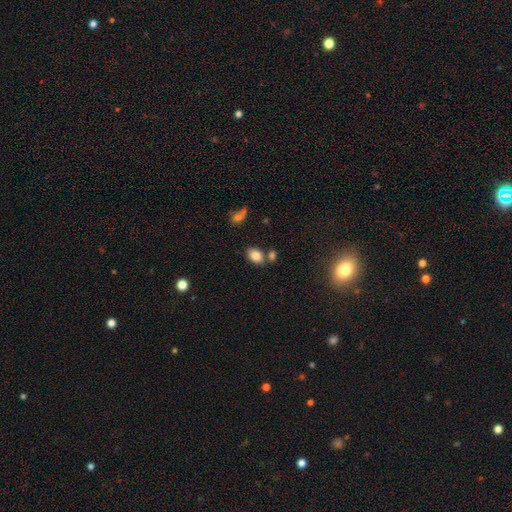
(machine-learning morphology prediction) smooth 83%, star or artifact 10%, featured or disk 8%. Down the decision tree: how rounded — in between (79%); merging — none (65%).